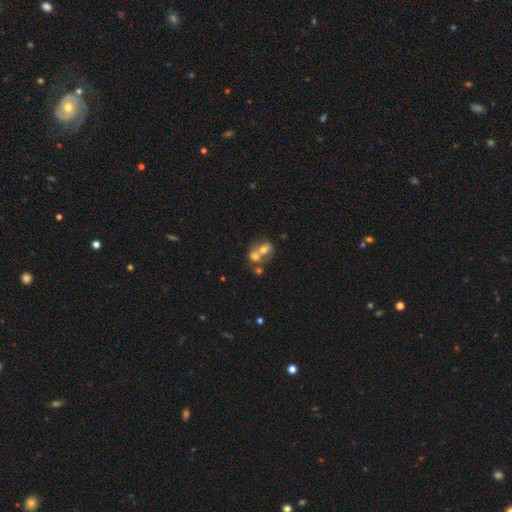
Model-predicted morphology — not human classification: Overall: smooth (60%; featured or disk 28%). How rounded: round (56%; in between 42%). Merging: merger (70%).